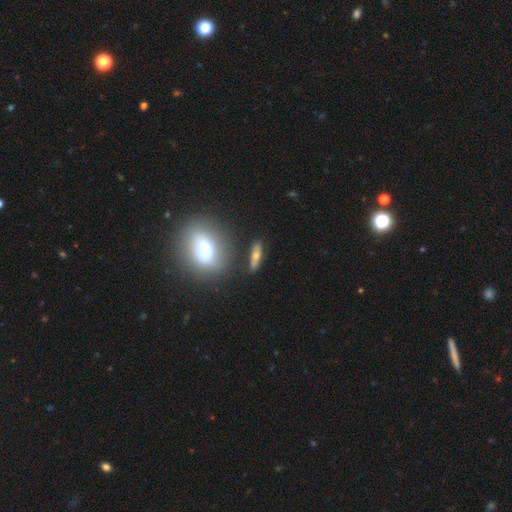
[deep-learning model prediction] Smooth or featured? Predicted: smooth (p=0.44). Merging? Predicted: none (p=0.79).